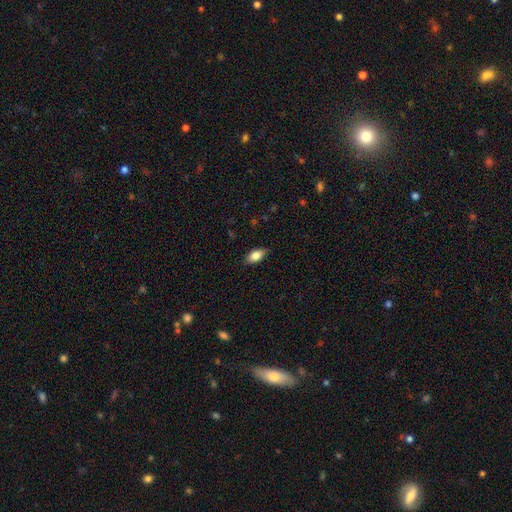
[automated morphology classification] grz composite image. It shows a smooth galaxy with no disk features (81%) that is in between round and cigar-shaped (88%). Merging: none (83%).